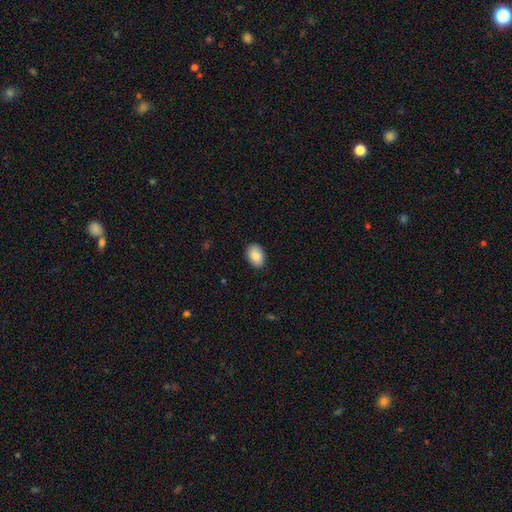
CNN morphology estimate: This appears to be a smooth galaxy with no disk features (87%) that is in between round and cigar-shaped (83%). Merging: none (88%).